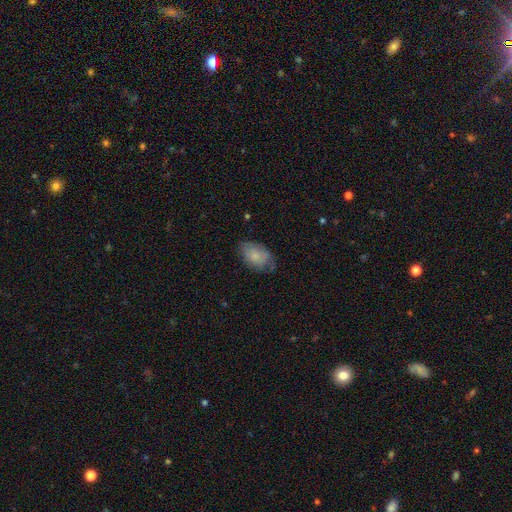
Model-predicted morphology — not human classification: Smooth or featured: smooth — 78% (featured or disk — 15%)
How rounded: in between — 90% (round — 9%)
Merging: none — 60% (minor disturbance — 31%)